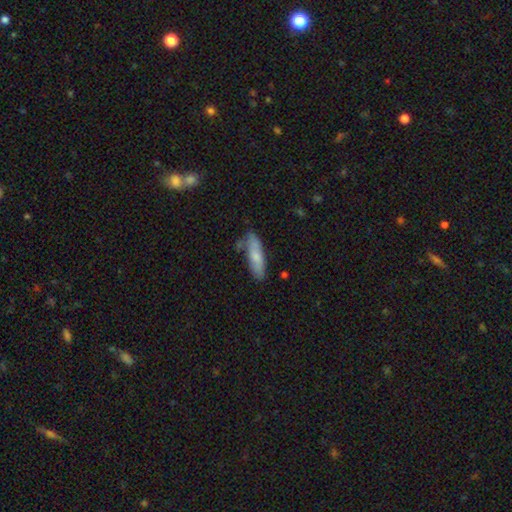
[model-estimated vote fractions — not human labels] This is likely a smooth galaxy (74%). How rounded: likely cigar-shaped (65%). Merging: likely none (68%).